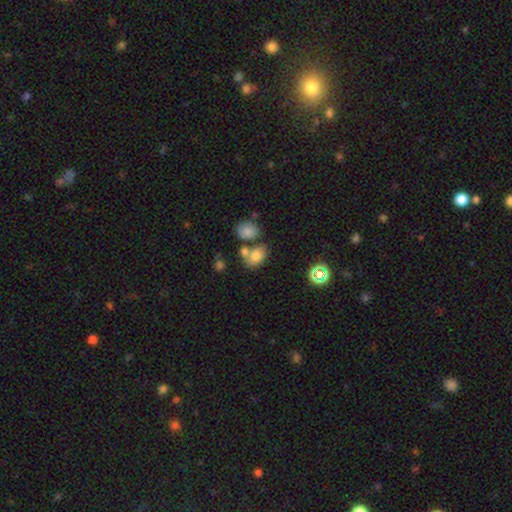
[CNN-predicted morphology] Smooth or featured: smooth — 76% (star or artifact — 12%)
How rounded: in between — 75% (round — 23%)
Merging: none — 47% (merger — 35%)